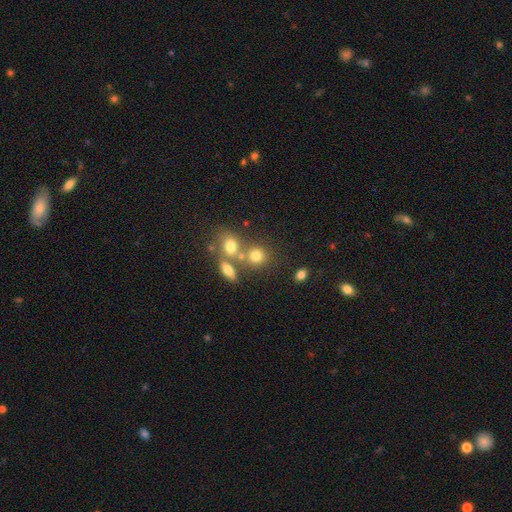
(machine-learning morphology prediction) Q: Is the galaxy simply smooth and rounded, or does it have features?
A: smooth — 72%.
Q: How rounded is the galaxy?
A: round — 74%.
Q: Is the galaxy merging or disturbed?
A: none — 50%.